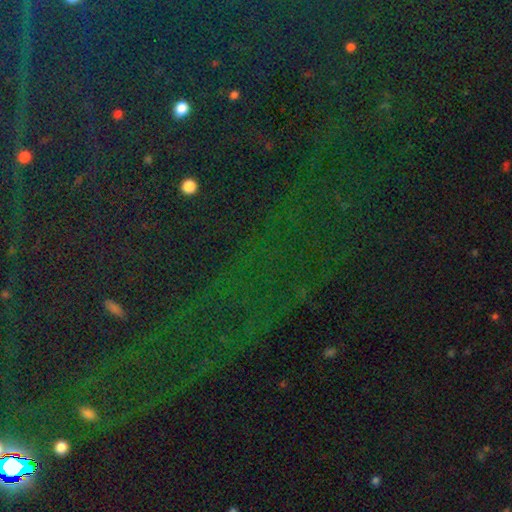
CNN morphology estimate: This is clearly a star or artifact rather than a galaxy (82%).